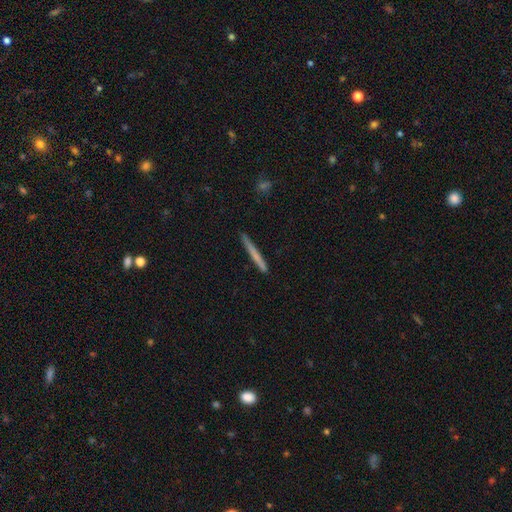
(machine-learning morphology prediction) Smooth or featured? smooth (60%)
How rounded? cigar-shaped (97%)
Merging? none (90%)